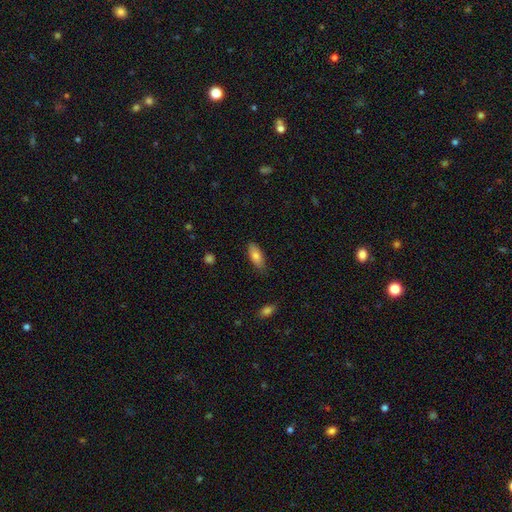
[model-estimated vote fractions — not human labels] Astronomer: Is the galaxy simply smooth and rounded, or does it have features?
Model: smooth — 77%.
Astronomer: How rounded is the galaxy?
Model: in between — 75%.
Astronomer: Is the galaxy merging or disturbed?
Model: none — 84%.